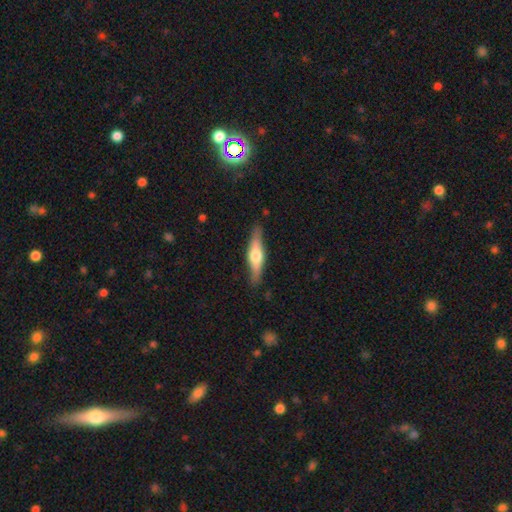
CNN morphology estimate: Overall: featured or disk (54%; smooth 41%). Edge-on disk: yes (91%). Merging: none (83%).